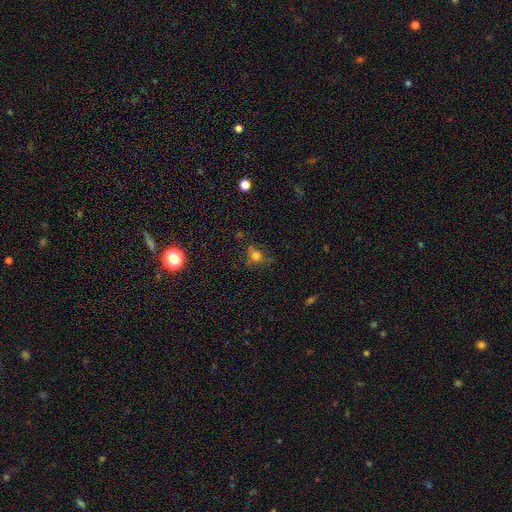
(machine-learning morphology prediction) type=smooth (69%); roundness=round (79%); merging=none (67%).